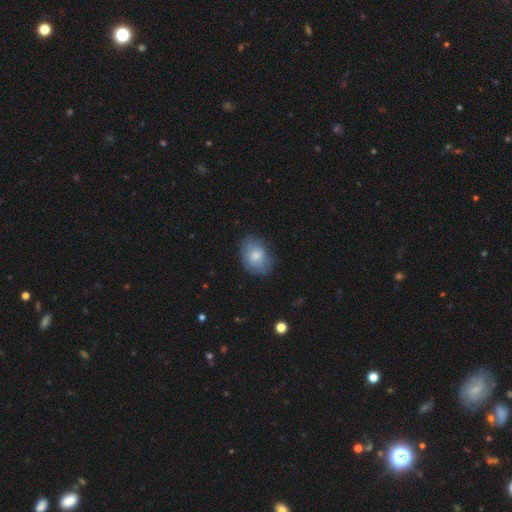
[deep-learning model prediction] This is likely a smooth galaxy (76%). How rounded: likely in between (75%). Merging: likely none (73%).